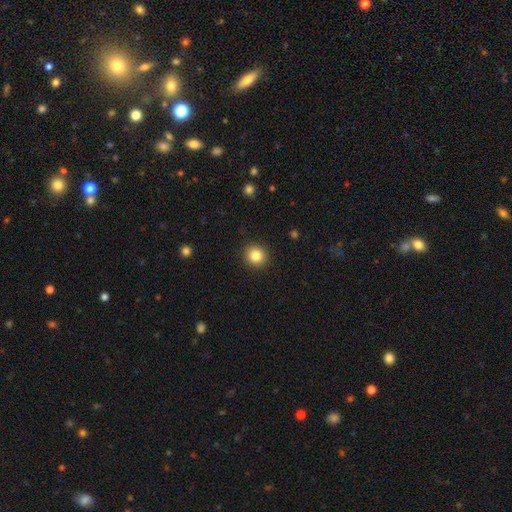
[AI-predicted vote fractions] smooth-or-featured: smooth: 83% | star or artifact: 11% | featured or disk: 6%
  how-rounded: round: 89% | in between: 10% | cigar-shaped: 1%
  merging: none: 92% | minor disturbance: 6% | major disturbance: 2% | merger: 1%